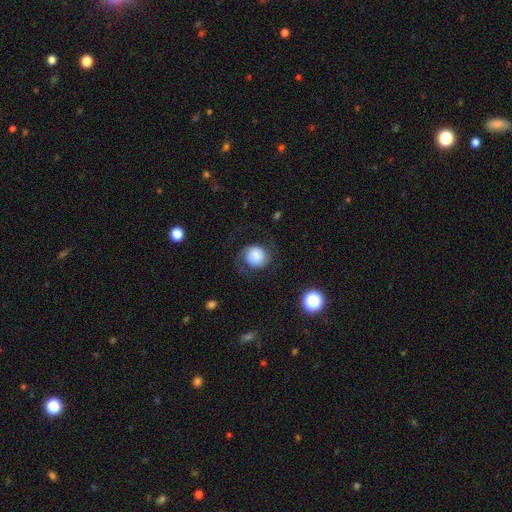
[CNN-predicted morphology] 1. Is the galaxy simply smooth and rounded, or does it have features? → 59% smooth, 31% featured or disk, 10% star or artifact.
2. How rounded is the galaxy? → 83% round, 16% in between, 1% cigar-shaped.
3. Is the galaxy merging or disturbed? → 66% none, 17% minor disturbance, 15% major disturbance, 2% merger.